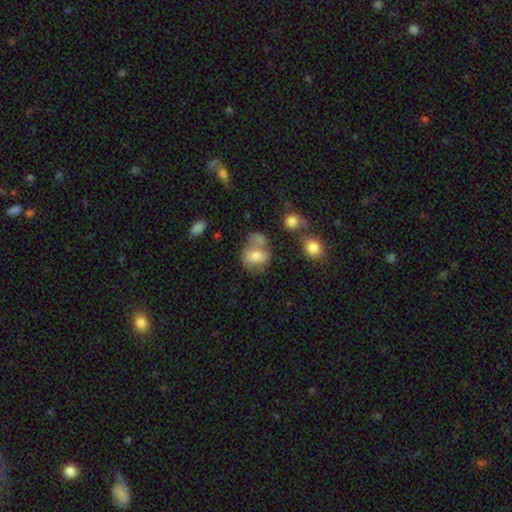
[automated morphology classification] A smooth galaxy with no disk features (65%) that is round (49%, tied with in between). Merging: none (41%).